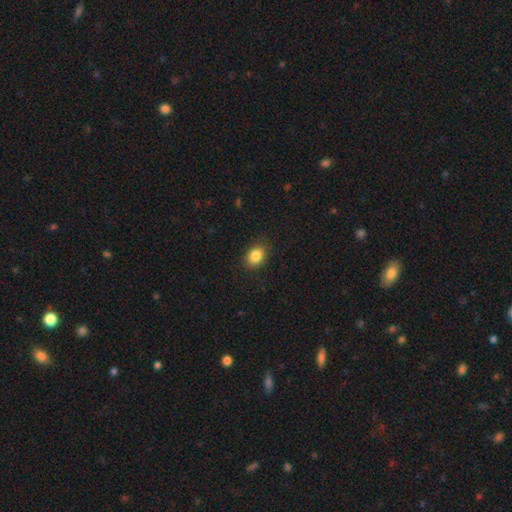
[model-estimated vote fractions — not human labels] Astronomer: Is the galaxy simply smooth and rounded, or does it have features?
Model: smooth — 86%.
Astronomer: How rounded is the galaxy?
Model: in between — 66%.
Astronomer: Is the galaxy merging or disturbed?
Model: none — 87%.